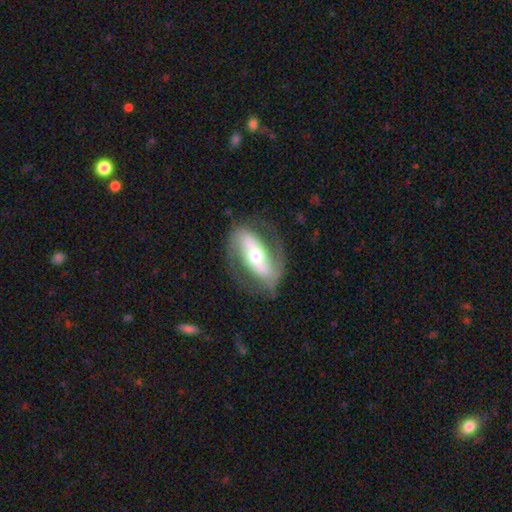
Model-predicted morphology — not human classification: A featured or disk galaxy (78%) with a strong bar (60%), 2 (87%) medium (42%) spiral arms (80%) and a moderate central bulge (62%).

Vote fractions:
- Smooth or featured? featured or disk: 78% / smooth: 17% / star or artifact: 5%
- Edge-on disk? no: 89% / yes: 11%
- Bar? strong: 60% / no: 21% / weak: 20%
- Spiral arms? yes: 80% / no: 20%
- Spiral winding? medium: 42% / loose: 34% / tight: 25%
- Spiral arm count? 2: 87% / can't tell: 7% / 1: 3% / 3: 1% / 4: 1% / more than 4: 1%
- Bulge size? moderate: 62% / small: 28% / large: 8% / dominant: 2% / none: 1%
- Merging? none: 75% / minor disturbance: 15% / major disturbance: 9% / merger: 1%